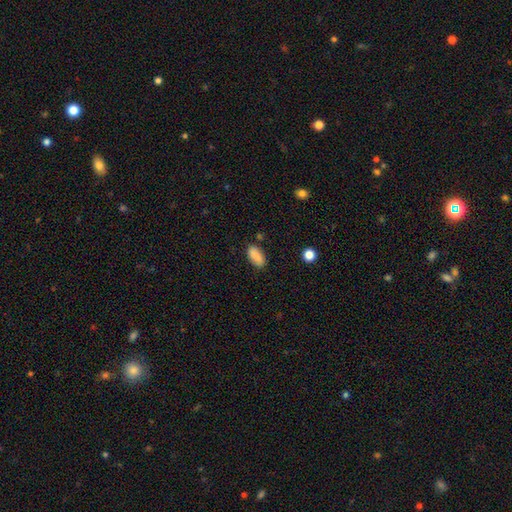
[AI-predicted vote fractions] This is clearly a smooth galaxy (86%). How rounded: clearly in between (88%). Merging: clearly none (81%).